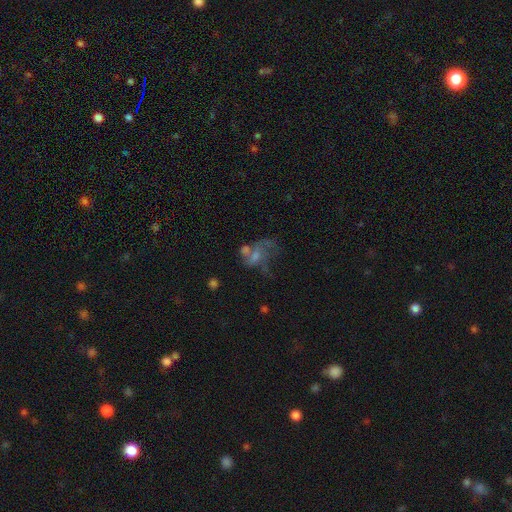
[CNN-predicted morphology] A featured or disk galaxy (49%). Merging: major disturbance (36%).